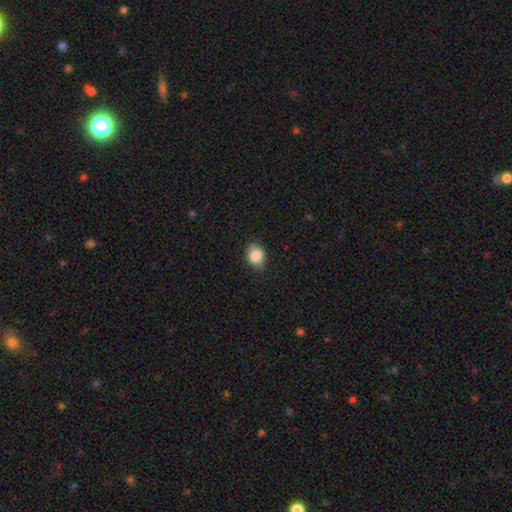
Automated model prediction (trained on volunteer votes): Smooth or featured: smooth — 83% (star or artifact — 8%)
How rounded: in between — 62% (round — 36%)
Merging: none — 80% (minor disturbance — 17%)